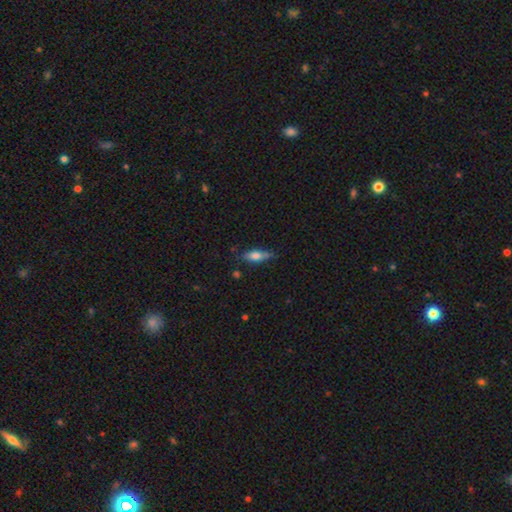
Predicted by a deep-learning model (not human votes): Smooth or featured: smooth — 61% (featured or disk — 32%)
How rounded: in between — 55% (cigar-shaped — 42%)
Merging: none — 68% (minor disturbance — 24%)